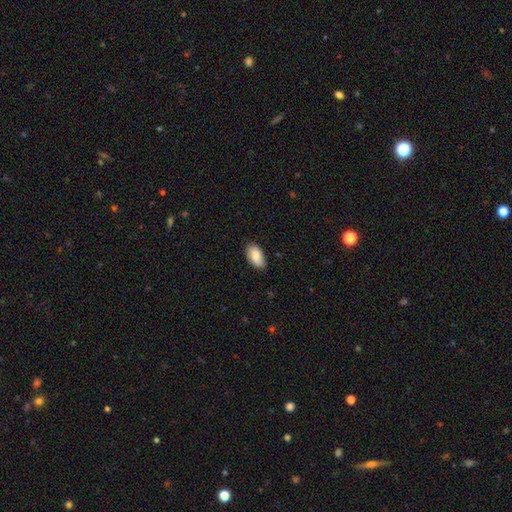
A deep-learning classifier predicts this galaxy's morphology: A smooth galaxy with no disk features (83%) that is in between round and cigar-shaped (95%). Merging: none (84%).